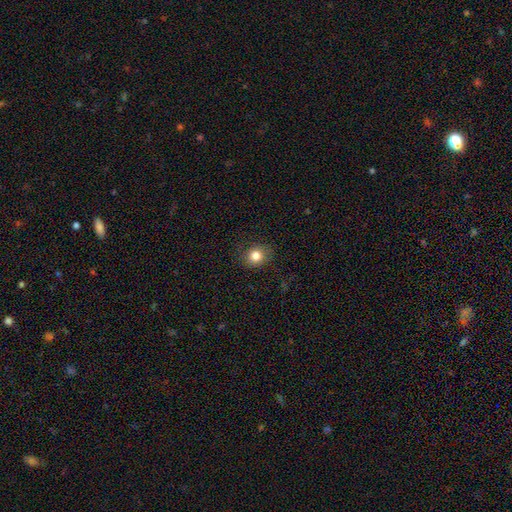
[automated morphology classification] Q: Smooth or featured?
A: smooth (82%); runner-up: star or artifact (11%)
Q: How rounded?
A: round (73%); runner-up: in between (26%)
Q: Merging?
A: none (85%); runner-up: minor disturbance (11%)